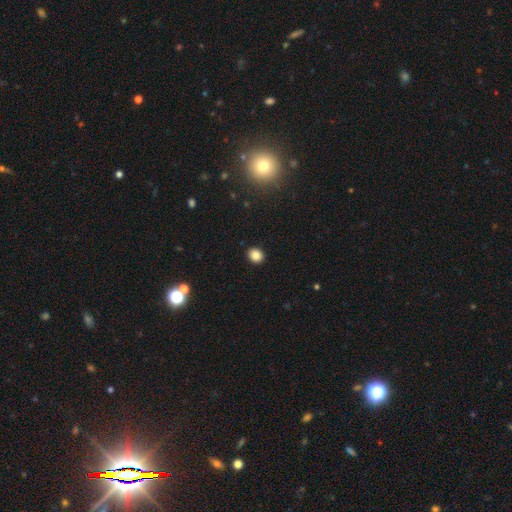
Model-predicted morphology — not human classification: The model was most divided on "how rounded": round: 67%, in between: 32%, cigar-shaped: 1%. More confident: merging — none (91%); smooth or featured — smooth (85%).